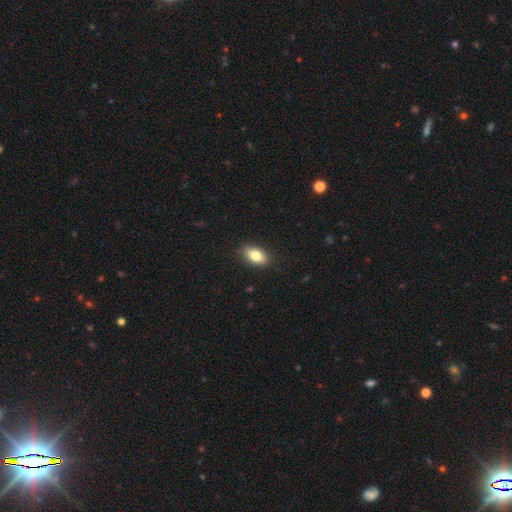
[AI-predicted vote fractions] smooth_or_featured: smooth (p=0.80) [alt: featured or disk p=0.13]
how_rounded: in between (p=0.88) [alt: cigar-shaped p=0.06]
merging: none (p=0.87) [alt: minor disturbance p=0.10]